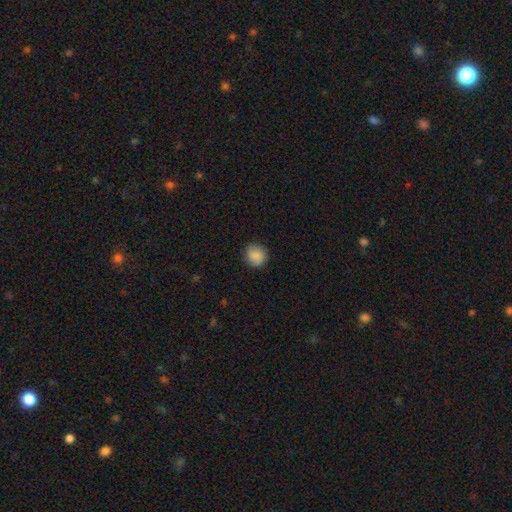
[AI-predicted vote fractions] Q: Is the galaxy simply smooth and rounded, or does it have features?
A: smooth — 85%.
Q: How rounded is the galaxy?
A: round — 88%.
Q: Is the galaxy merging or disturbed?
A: none — 85%.